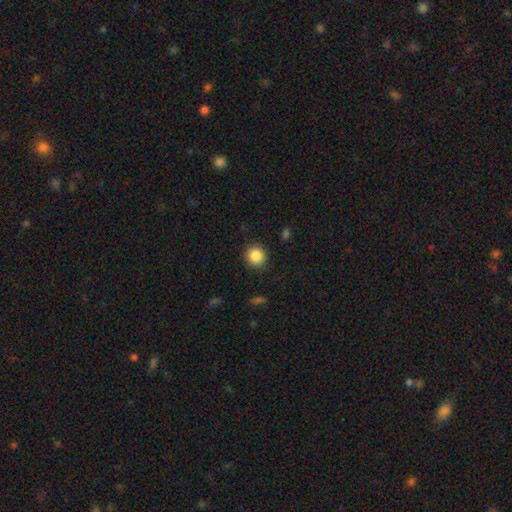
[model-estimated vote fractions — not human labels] Smooth or featured: smooth — 86% (star or artifact — 9%)
How rounded: round — 89% (in between — 10%)
Merging: none — 90% (minor disturbance — 6%)